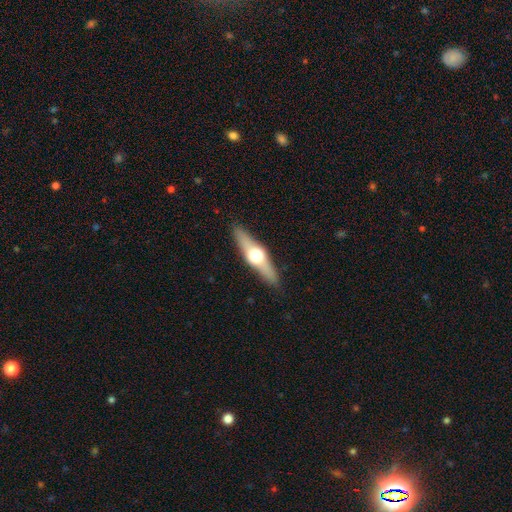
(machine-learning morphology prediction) smooth_or_featured: featured or disk (p=0.66) [alt: smooth p=0.28]
disk_edge_on: yes (p=0.96) [alt: no p=0.04]
edge_on_bulge: rounded (p=0.95) [alt: boxy p=0.03]
merging: none (p=0.89) [alt: minor disturbance p=0.08]